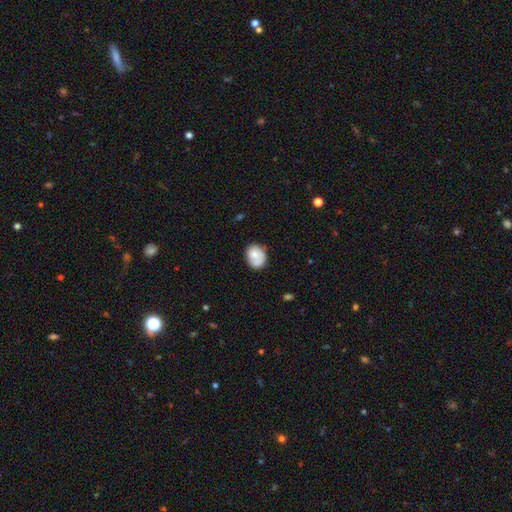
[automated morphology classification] This appears to be a smooth galaxy with no disk features (74%) that is in between round and cigar-shaped (55%). Merging: none (66%).